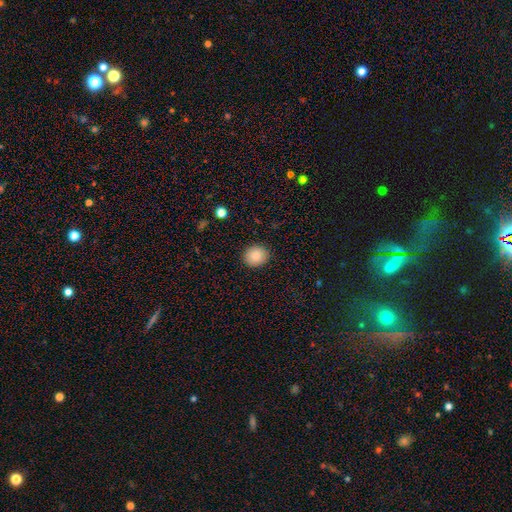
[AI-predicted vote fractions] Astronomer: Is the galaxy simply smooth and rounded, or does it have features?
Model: smooth — 88%.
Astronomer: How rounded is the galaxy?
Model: round — 72%.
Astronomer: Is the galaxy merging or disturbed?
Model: none — 90%.